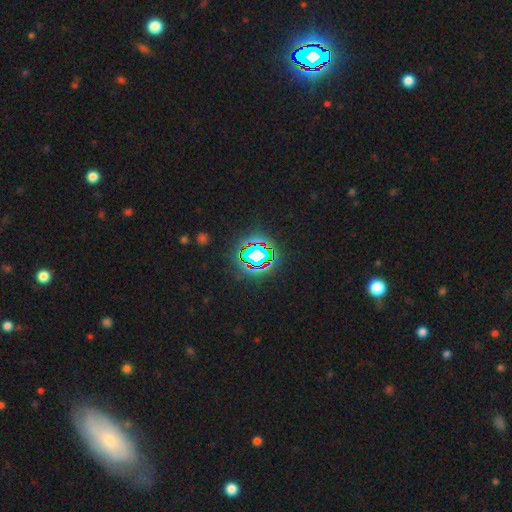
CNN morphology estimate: Q: Smooth or featured?
A: star or artifact (71%); runner-up: smooth (16%)